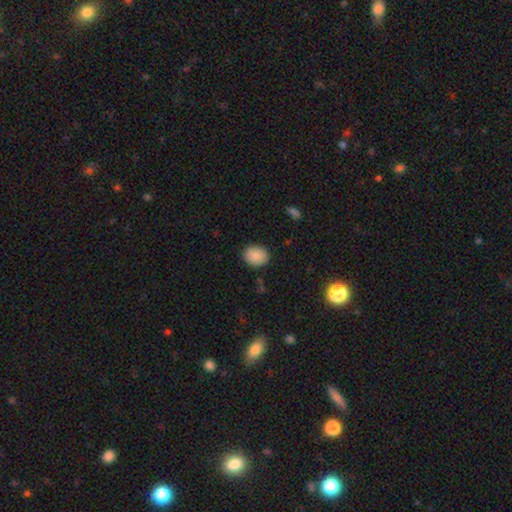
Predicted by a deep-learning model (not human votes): Smooth or featured: smooth — 88% (star or artifact — 8%)
How rounded: round — 51% (in between — 48%)
Merging: none — 88% (minor disturbance — 9%)